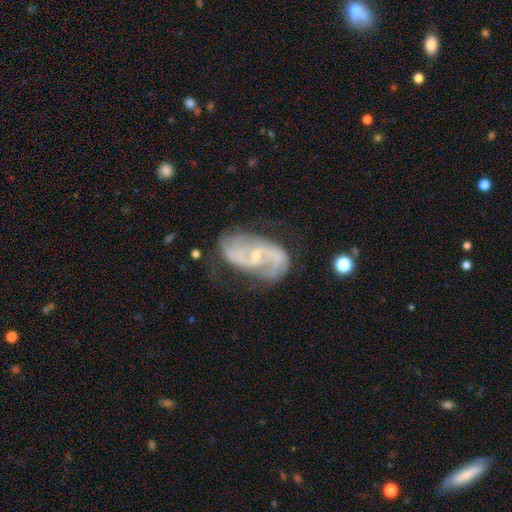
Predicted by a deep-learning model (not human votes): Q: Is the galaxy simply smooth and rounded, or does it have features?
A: featured or disk — 83%.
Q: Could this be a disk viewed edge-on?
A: no — 96%.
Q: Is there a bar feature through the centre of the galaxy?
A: weak — 47%.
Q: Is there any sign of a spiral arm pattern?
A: yes — 92%.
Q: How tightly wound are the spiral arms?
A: medium — 48%.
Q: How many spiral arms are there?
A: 2 — 80%.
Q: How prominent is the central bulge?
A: small — 68%.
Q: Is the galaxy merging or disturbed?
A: none — 58%.